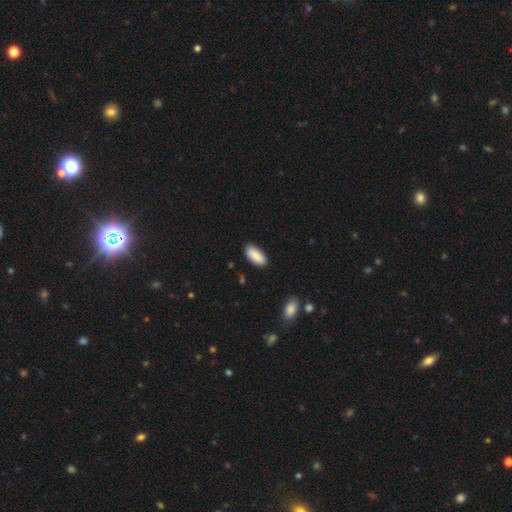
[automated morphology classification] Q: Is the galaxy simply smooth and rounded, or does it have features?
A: smooth — 89%.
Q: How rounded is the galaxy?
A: in between — 86%.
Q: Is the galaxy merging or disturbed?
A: none — 86%.